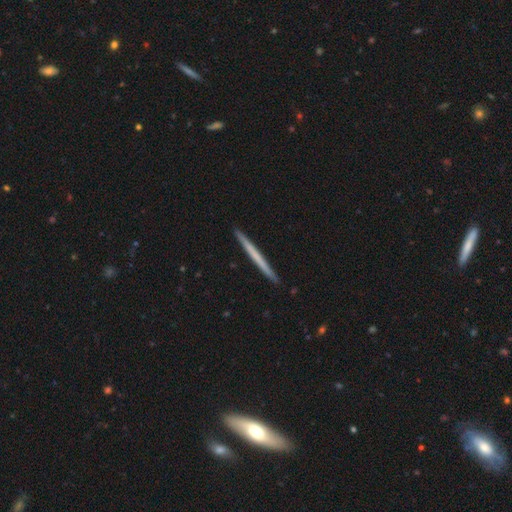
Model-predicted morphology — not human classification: Smooth or featured?
  - smooth: 49% *
  - featured or disk: 46%
  - star or artifact: 5%
Merging?
  - none: 92% *
  - minor disturbance: 5%
  - major disturbance: 1%
  - merger: 1%